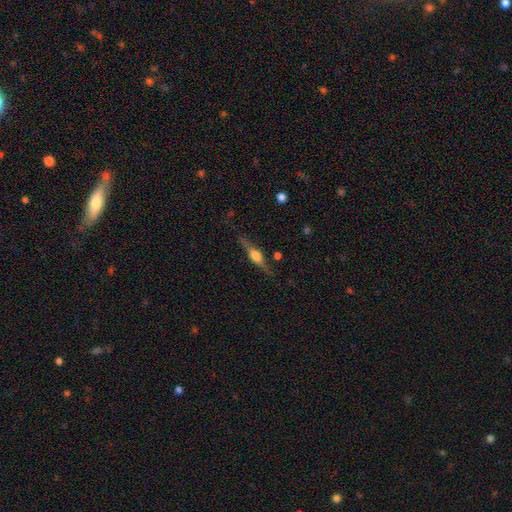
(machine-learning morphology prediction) This is likely a featured or disk galaxy (77%). It is clearly viewed edge-on (97%). Edge-on bulge: clearly rounded (87%). Merging: clearly none (84%).